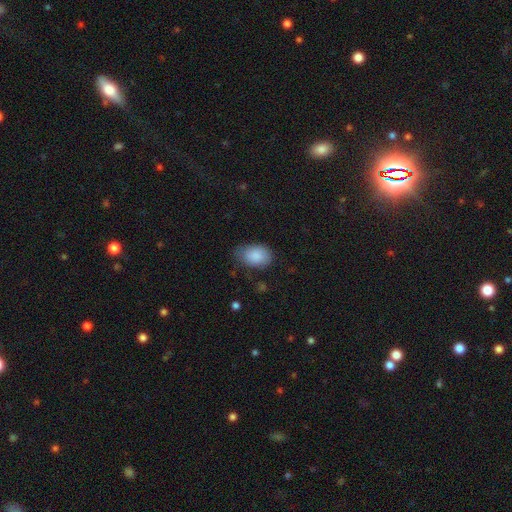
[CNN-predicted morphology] Smooth or featured? Predicted: smooth (p=0.87). How rounded? Predicted: in between (p=0.85). Merging? Predicted: none (p=0.64).